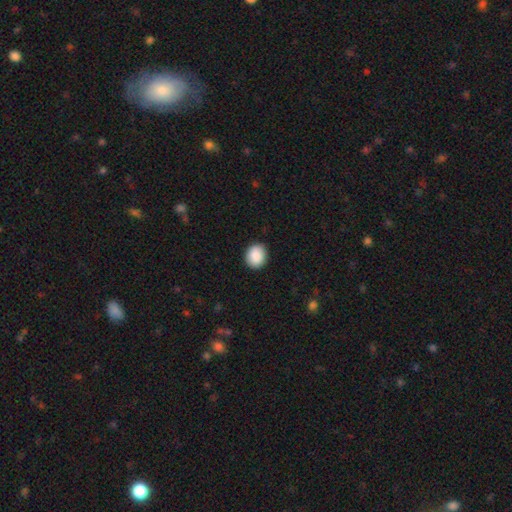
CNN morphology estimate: The model was most divided on "how rounded": round: 65%, in between: 34%, cigar-shaped: 1%. More confident: merging — none (90%); smooth or featured — smooth (89%).